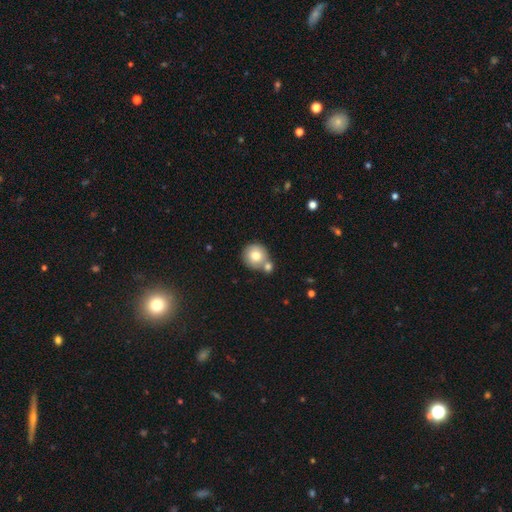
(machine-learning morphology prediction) Smooth or featured?
  - smooth: 76% *
  - featured or disk: 15%
  - star or artifact: 9%
How rounded?
  - round: 91% *
  - in between: 8%
  - cigar-shaped: 1%
Merging?
  - none: 55% *
  - merger: 32%
  - minor disturbance: 10%
  - major disturbance: 3%